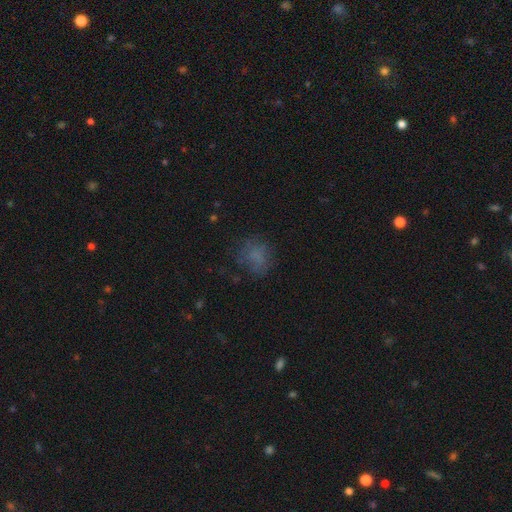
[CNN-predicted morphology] Q: Smooth or featured?
A: smooth (63%); runner-up: featured or disk (19%)
Q: How rounded?
A: round (66%); runner-up: in between (32%)
Q: Merging?
A: none (64%); runner-up: minor disturbance (20%)